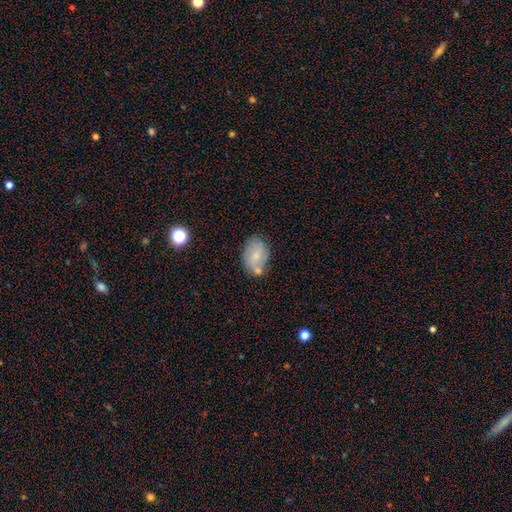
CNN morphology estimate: Smooth or featured: smooth — 56% (featured or disk — 35%)
How rounded: in between — 83% (round — 15%)
Merging: none — 56% (minor disturbance — 24%)